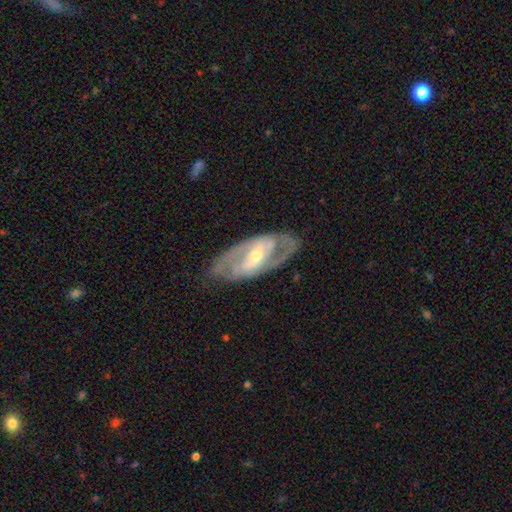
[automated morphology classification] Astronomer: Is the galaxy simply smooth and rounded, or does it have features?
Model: featured or disk — 83%.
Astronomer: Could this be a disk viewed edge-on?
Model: no — 92%.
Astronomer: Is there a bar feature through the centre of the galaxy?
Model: strong — 45% (runner-up: weak, 34%).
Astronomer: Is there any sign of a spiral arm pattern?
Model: yes — 81%.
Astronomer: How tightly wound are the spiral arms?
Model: medium — 46% (runner-up: tight, 37%).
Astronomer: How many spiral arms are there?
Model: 2 — 80%.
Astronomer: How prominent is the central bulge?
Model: small — 55% (runner-up: moderate, 41%).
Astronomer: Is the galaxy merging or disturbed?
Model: none — 74%.